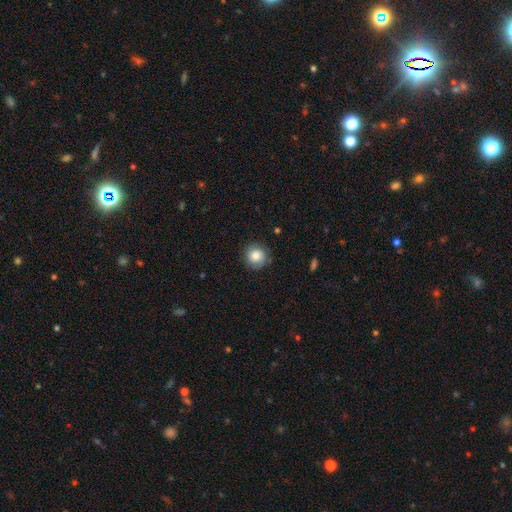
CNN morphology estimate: Smooth or featured? smooth (80%)
How rounded? round (92%)
Merging? none (84%)